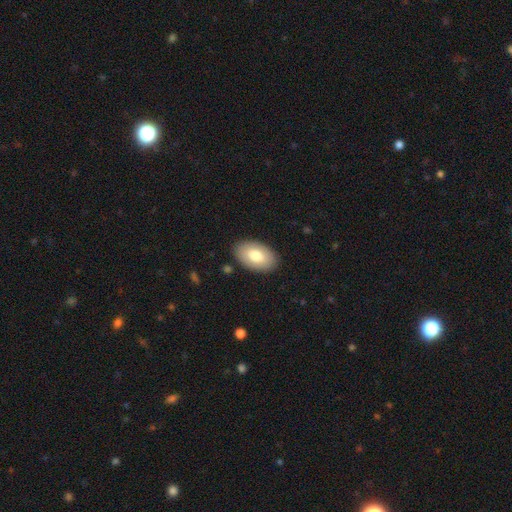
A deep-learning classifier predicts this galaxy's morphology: Smooth or featured? smooth (76%)
How rounded? in between (93%)
Merging? none (87%)